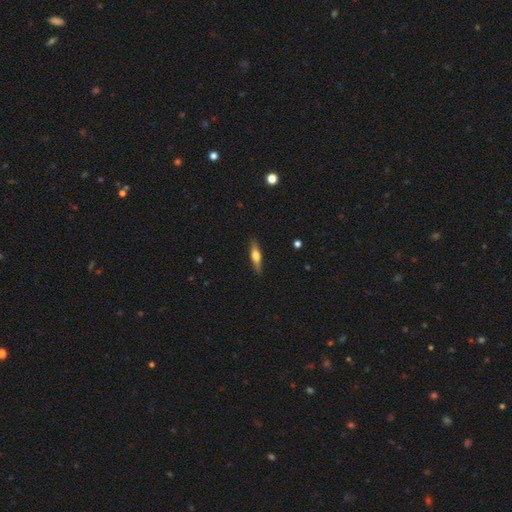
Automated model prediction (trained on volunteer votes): This appears to be a smooth galaxy with no disk features (49%). Merging: none (87%).